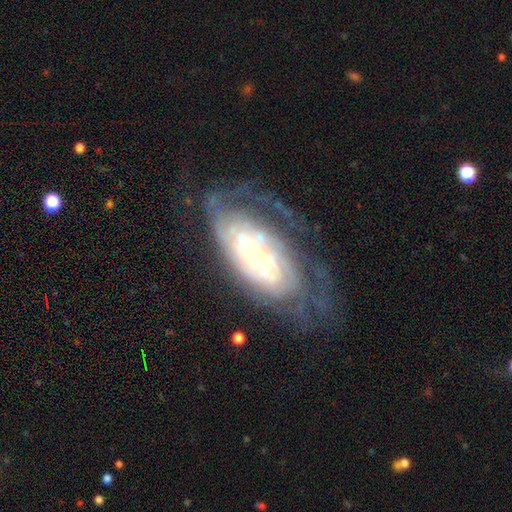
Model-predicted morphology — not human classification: A featured or disk galaxy (80%) with no bar (66%), tight (68%) spiral arms (88%) and a small central bulge (59%).

Vote fractions:
- Smooth or featured? featured or disk: 80% / smooth: 13% / star or artifact: 7%
- Edge-on disk? no: 92% / yes: 8%
- Bar? no: 66% / weak: 24% / strong: 10%
- Spiral arms? yes: 88% / no: 12%
- Spiral winding? tight: 68% / medium: 23% / loose: 9%
- Spiral arm count? can't tell: 56% / 2: 16% / 3: 9% / 4: 8% / more than 4: 7% / 1: 5%
- Bulge size? small: 59% / moderate: 28% / large: 8% / none: 3% / dominant: 2%
- Merging? none: 56% / minor disturbance: 21% / major disturbance: 20% / merger: 3%